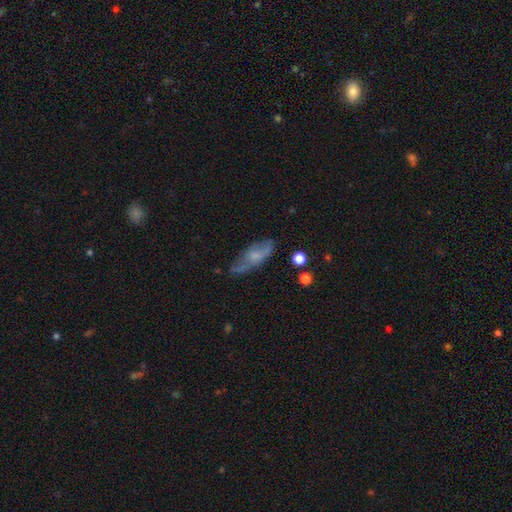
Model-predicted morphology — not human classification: The model was most divided on "smooth or featured": smooth: 47%, featured or disk: 45%, star or artifact: 9%. More confident: merging — none (60%).